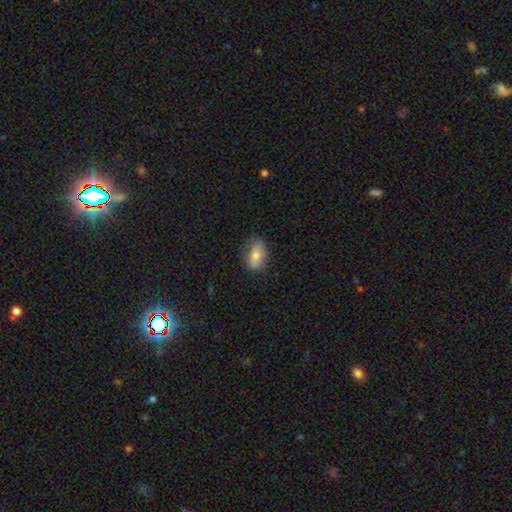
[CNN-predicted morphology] The model was most divided on "merging": none: 72%, minor disturbance: 21%, major disturbance: 5%, merger: 1%. More confident: how rounded — in between (84%); smooth or featured — smooth (72%).